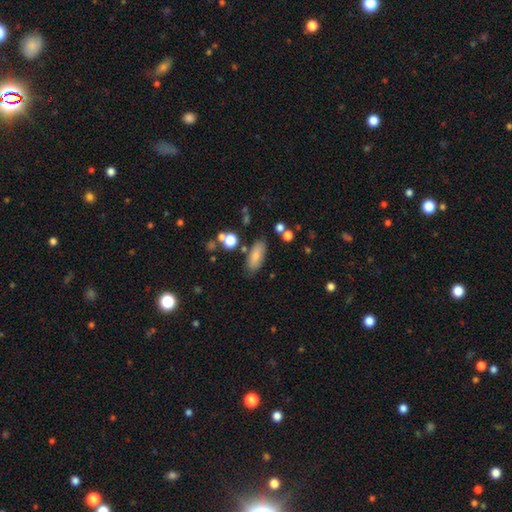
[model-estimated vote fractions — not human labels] smooth-or-featured: smooth: 82% | featured or disk: 11% | star or artifact: 8%
  how-rounded: in between: 78% | cigar-shaped: 19% | round: 3%
  merging: none: 80% | minor disturbance: 12% | merger: 4% | major disturbance: 4%